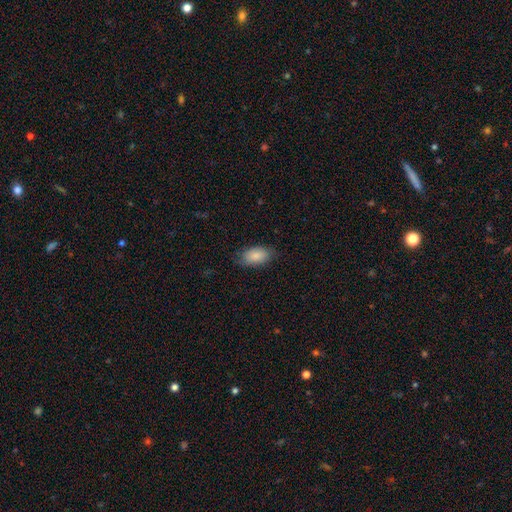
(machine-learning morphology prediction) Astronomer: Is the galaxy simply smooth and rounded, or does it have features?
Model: smooth — 86%.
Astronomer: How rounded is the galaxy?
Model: in between — 93%.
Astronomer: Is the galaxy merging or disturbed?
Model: none — 77%.